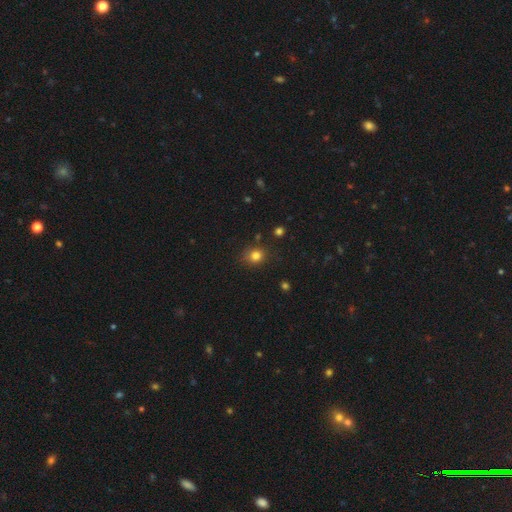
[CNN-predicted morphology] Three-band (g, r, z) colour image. It shows a smooth galaxy with no disk features (81%) that is round (75%). Merging: none (81%).